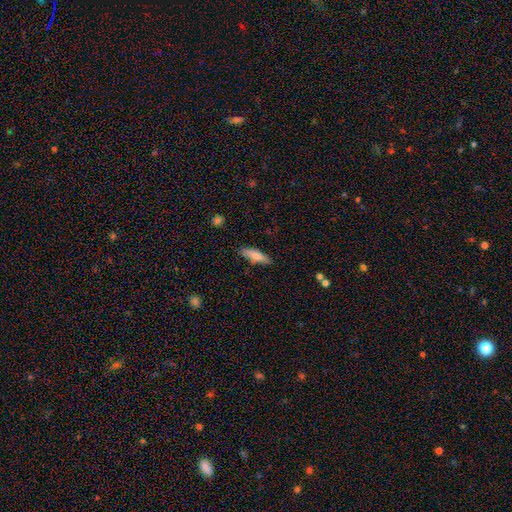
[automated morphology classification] Smooth or featured? Predicted: smooth (p=0.76). How rounded? Predicted: cigar-shaped (p=0.58). Merging? Predicted: none (p=0.84).